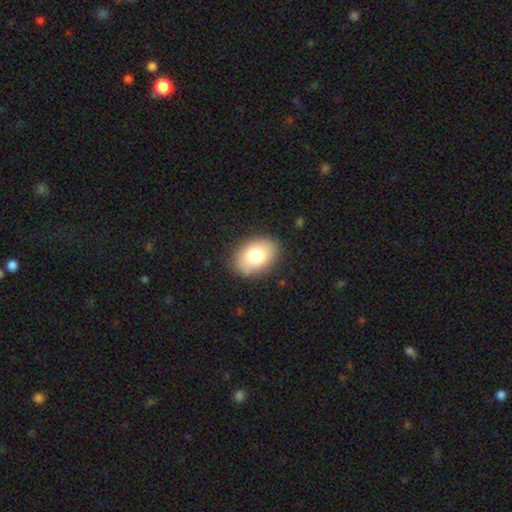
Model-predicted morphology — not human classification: smooth_or_featured: smooth (p=0.79) [alt: featured or disk p=0.14]
how_rounded: in between (p=0.84) [alt: round p=0.15]
merging: none (p=0.86) [alt: minor disturbance p=0.10]